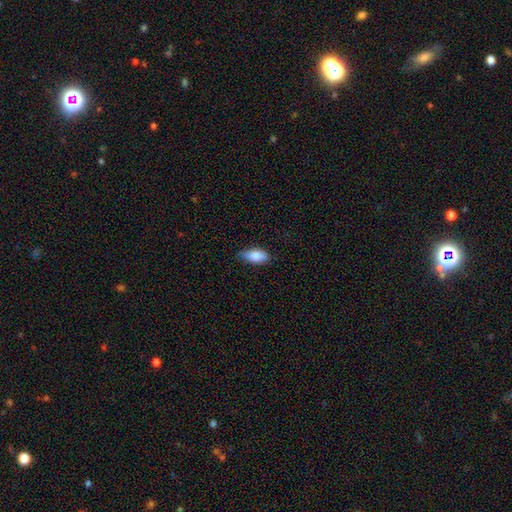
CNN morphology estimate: Smooth or featured? Predicted: smooth (p=0.83). How rounded? Predicted: in between (p=0.88). Merging? Predicted: none (p=0.72).